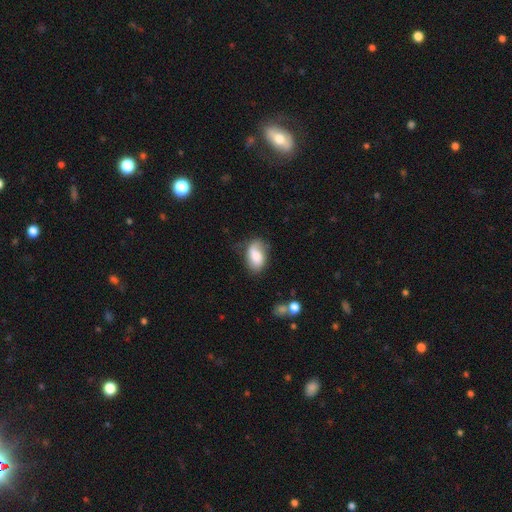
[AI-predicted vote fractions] smooth 69%, featured or disk 23%, star or artifact 8%. Down the decision tree: how rounded — in between (90%); merging — none (52%).